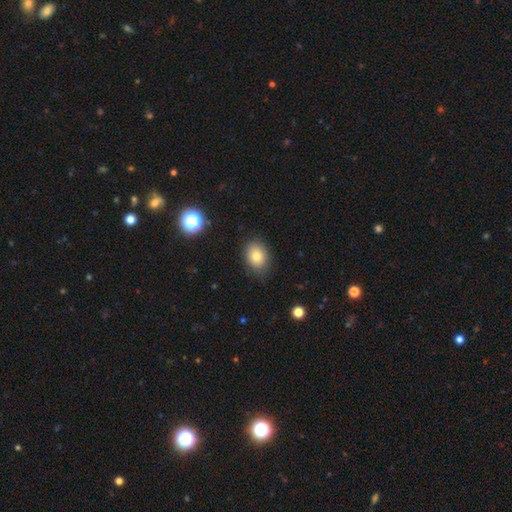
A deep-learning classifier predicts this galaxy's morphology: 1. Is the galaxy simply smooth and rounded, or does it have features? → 79% smooth, 11% star or artifact, 10% featured or disk.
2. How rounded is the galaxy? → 61% in between, 38% round, 1% cigar-shaped.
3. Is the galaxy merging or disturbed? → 81% none, 14% minor disturbance, 3% major disturbance, 1% merger.